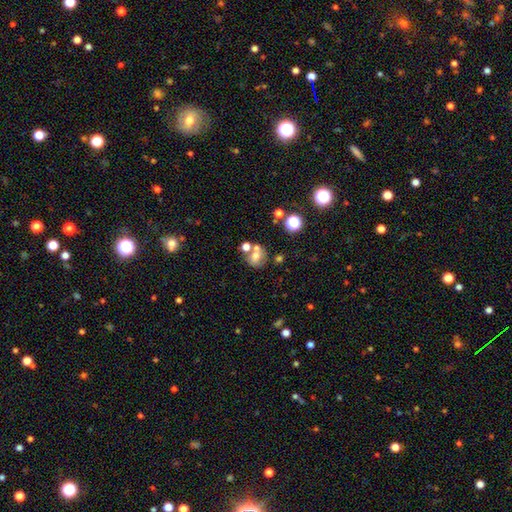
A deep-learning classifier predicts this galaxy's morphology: type=smooth (60%); roundness=round (72%); merging=none (46%).